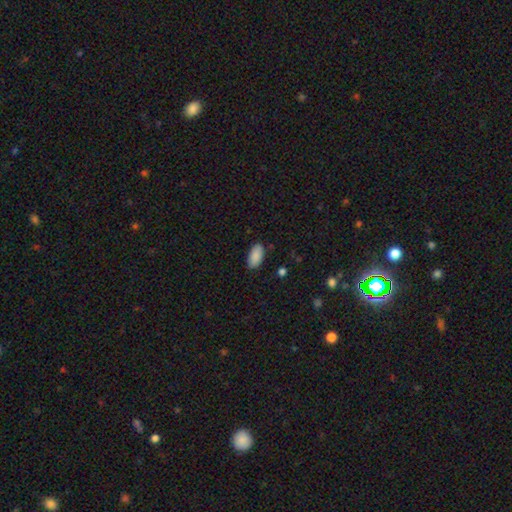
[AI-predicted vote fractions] This appears to be a smooth galaxy with no disk features (90%) that is in between round and cigar-shaped (93%). Merging: none (86%).